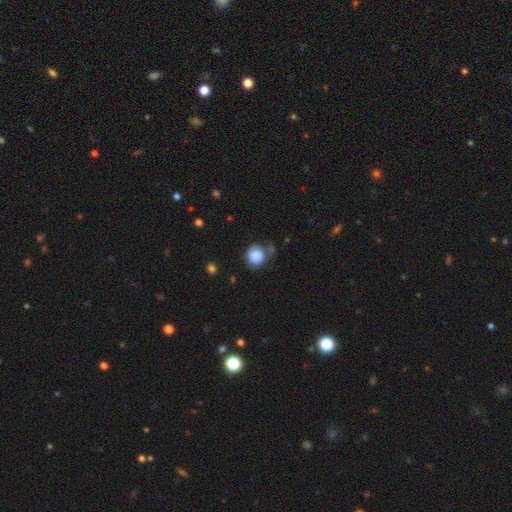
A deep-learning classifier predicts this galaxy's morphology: A smooth galaxy with no disk features (85%) that is round (86%). Merging: none (62%).